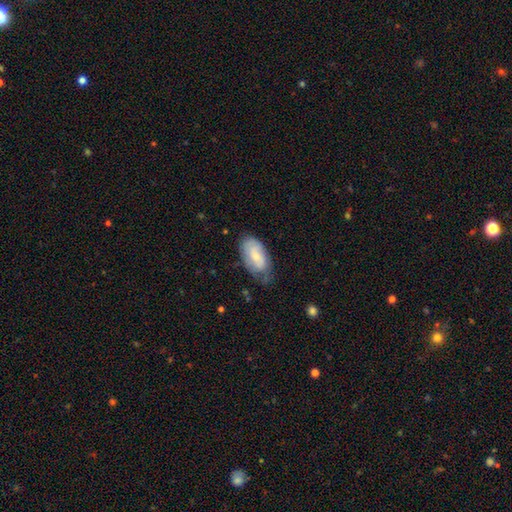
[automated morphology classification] A smooth galaxy with no disk features (60%) that is in between round and cigar-shaped (93%).

Vote fractions:
- Smooth or featured? smooth: 60% / featured or disk: 34% / star or artifact: 6%
- How rounded? in between: 93% / round: 3% / cigar-shaped: 3%
- Merging? none: 56% / minor disturbance: 32% / major disturbance: 9% / merger: 2%